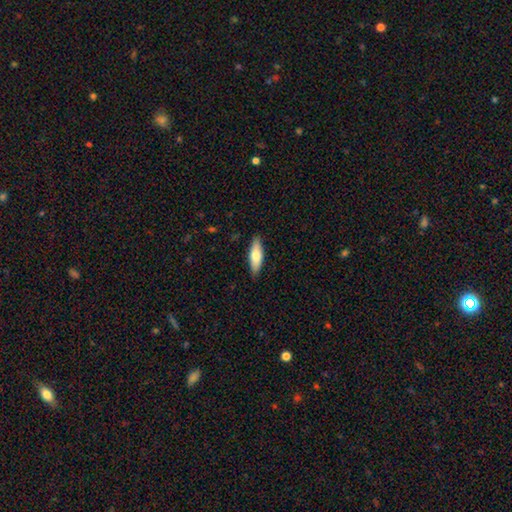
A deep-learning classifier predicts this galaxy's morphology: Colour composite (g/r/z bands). It shows a smooth galaxy with no disk features (72%) that is in between round and cigar-shaped (56%). Merging: none (87%).